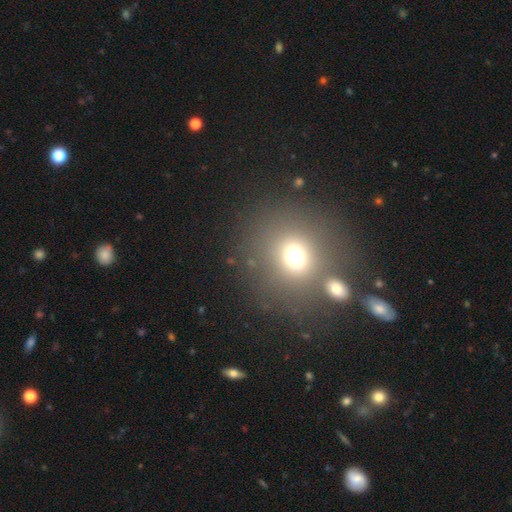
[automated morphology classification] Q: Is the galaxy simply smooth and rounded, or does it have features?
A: smooth — 60%.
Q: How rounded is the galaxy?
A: round — 88%.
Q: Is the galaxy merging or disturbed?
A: none — 80%.